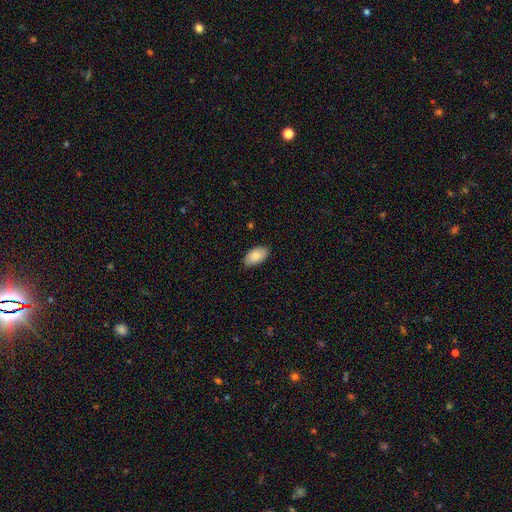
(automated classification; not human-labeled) Morphology: type=smooth (86%); roundness=in between (96%); merging=none (85%).